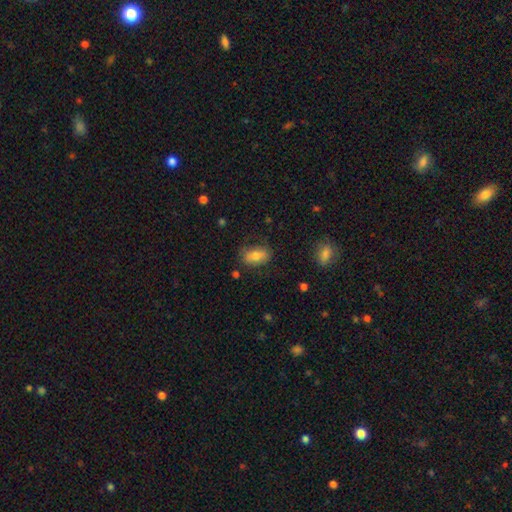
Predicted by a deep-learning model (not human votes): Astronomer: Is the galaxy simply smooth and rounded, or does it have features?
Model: smooth — 74%.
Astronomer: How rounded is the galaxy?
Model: in between — 88%.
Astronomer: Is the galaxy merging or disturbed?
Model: none — 71%.